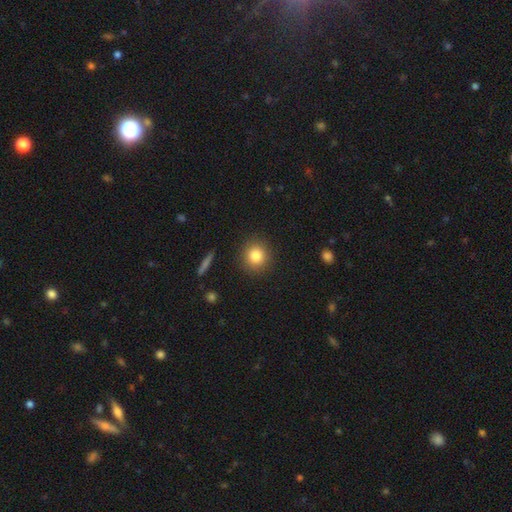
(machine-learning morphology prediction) type=smooth (84%); roundness=round (89%); merging=none (90%).